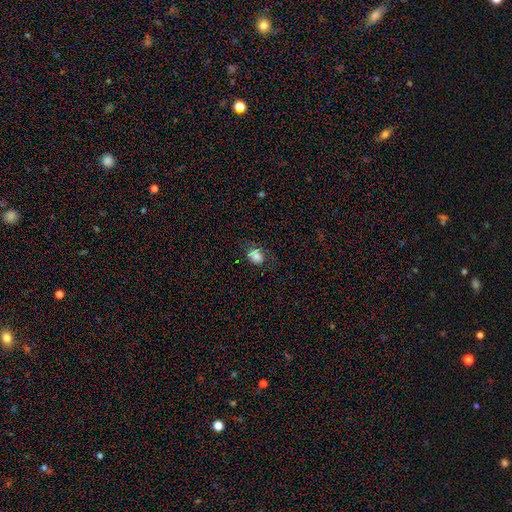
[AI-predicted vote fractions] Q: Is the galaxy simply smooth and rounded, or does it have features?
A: smooth — 76%.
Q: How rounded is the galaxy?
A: in between — 65%.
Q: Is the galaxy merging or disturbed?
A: none — 71%.